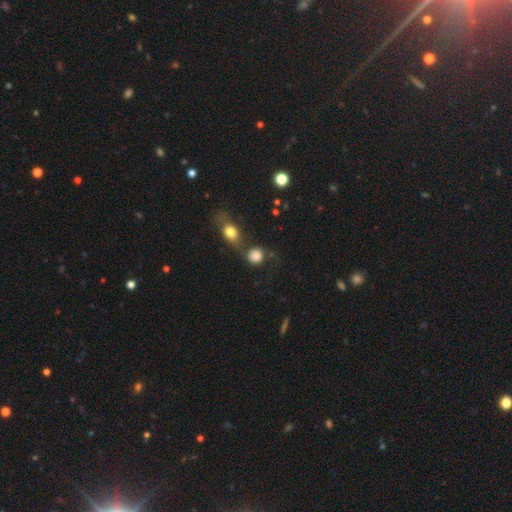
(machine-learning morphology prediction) type=smooth (80%); roundness=round (83%); merging=none (47%).